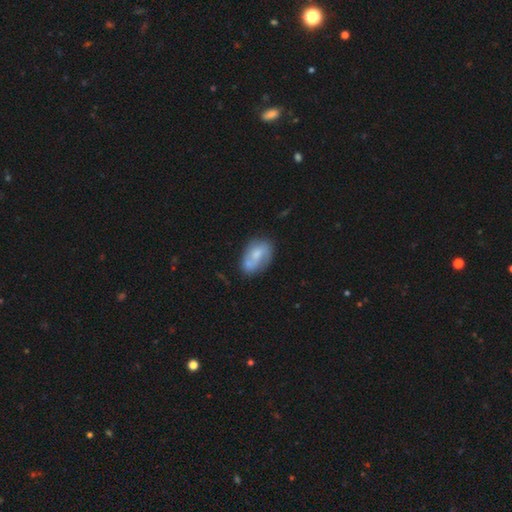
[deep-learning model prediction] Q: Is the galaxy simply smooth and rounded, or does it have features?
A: smooth — 56%.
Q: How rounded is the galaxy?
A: in between — 87%.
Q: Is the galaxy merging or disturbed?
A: none — 42%.